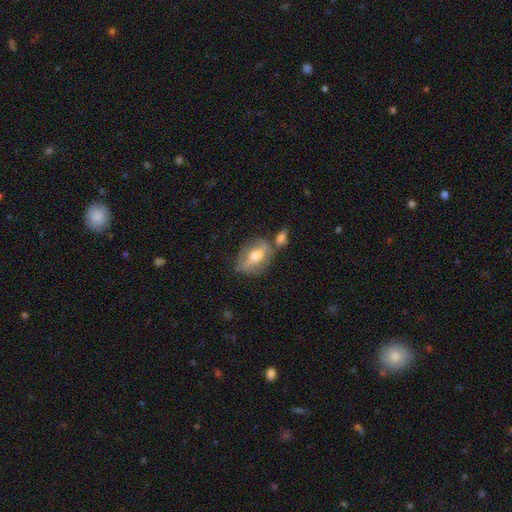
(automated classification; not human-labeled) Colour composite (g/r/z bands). It shows a smooth galaxy with no disk features (49%). Merging: none (50%).